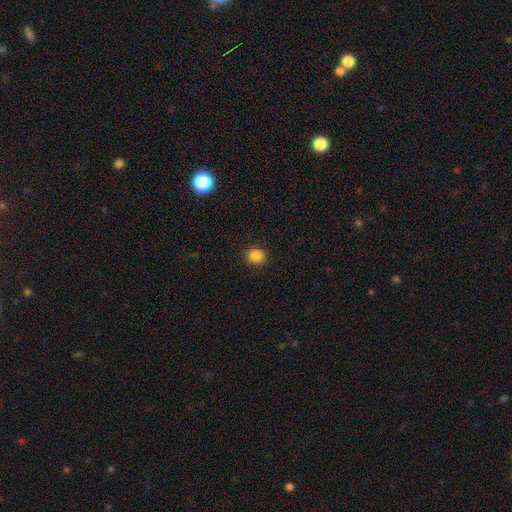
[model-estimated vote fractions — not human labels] A smooth galaxy with no disk features (86%) that is round (85%).

Vote fractions:
- Smooth or featured? smooth: 86% / star or artifact: 11% / featured or disk: 3%
- How rounded? round: 85% / in between: 14% / cigar-shaped: 1%
- Merging? none: 89% / minor disturbance: 7% / major disturbance: 2% / merger: 1%